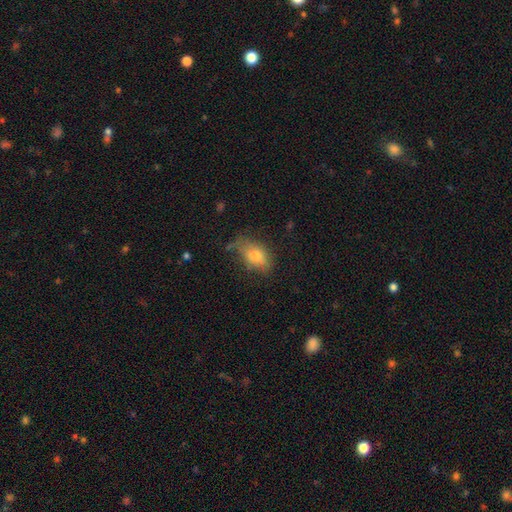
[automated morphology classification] Smooth or featured? smooth (71%)
How rounded? in between (86%)
Merging? none (51%)